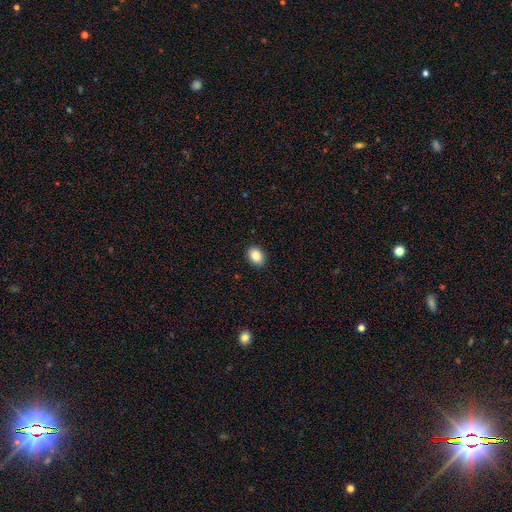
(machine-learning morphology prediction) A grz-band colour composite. It shows a smooth galaxy with no disk features (85%) that is in between round and cigar-shaped (69%). Merging: none (90%).